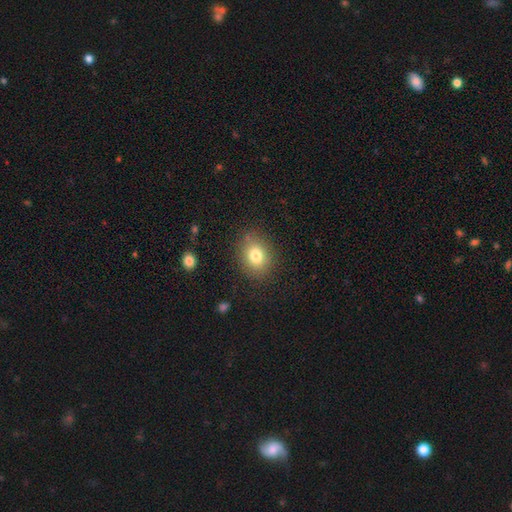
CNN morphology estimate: Smooth or featured?
  - smooth: 80% *
  - star or artifact: 10%
  - featured or disk: 10%
How rounded?
  - in between: 52% *
  - round: 47%
  - cigar-shaped: 1%
Merging?
  - none: 83% *
  - minor disturbance: 12%
  - major disturbance: 4%
  - merger: 2%